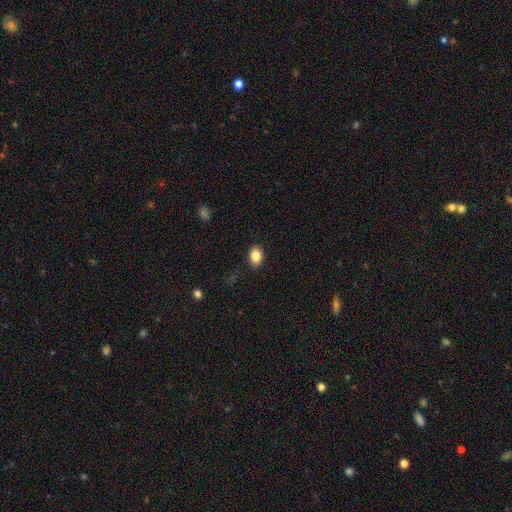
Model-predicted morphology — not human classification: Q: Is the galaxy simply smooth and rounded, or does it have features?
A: smooth — 86%.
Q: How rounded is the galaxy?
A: in between — 73%.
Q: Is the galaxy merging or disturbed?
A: none — 87%.